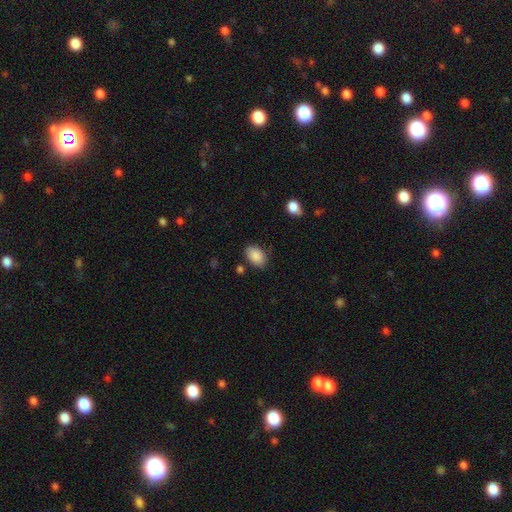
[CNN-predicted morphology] Smooth or featured? Predicted: smooth (p=0.88). How rounded? Predicted: in between (p=0.86). Merging? Predicted: none (p=0.79).